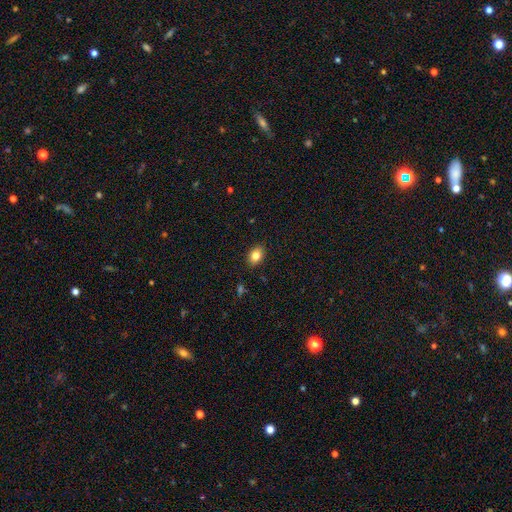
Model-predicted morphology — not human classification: Smooth or featured?
  - smooth: 82% *
  - star or artifact: 10%
  - featured or disk: 8%
How rounded?
  - in between: 69% *
  - round: 30%
  - cigar-shaped: 1%
Merging?
  - none: 88% *
  - minor disturbance: 9%
  - major disturbance: 2%
  - merger: 1%